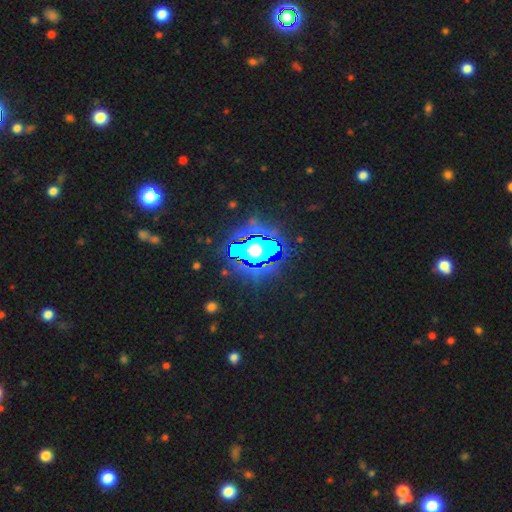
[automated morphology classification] This appears to be a star or artifact, not a galaxy (79%).